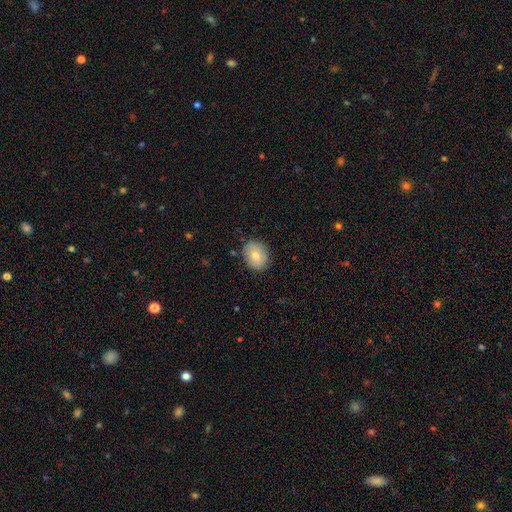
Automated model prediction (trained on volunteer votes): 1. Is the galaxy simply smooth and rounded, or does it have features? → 76% smooth, 16% featured or disk, 8% star or artifact.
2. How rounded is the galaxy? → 58% round, 41% in between, 1% cigar-shaped.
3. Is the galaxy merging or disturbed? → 83% none, 13% minor disturbance, 3% major disturbance, 1% merger.